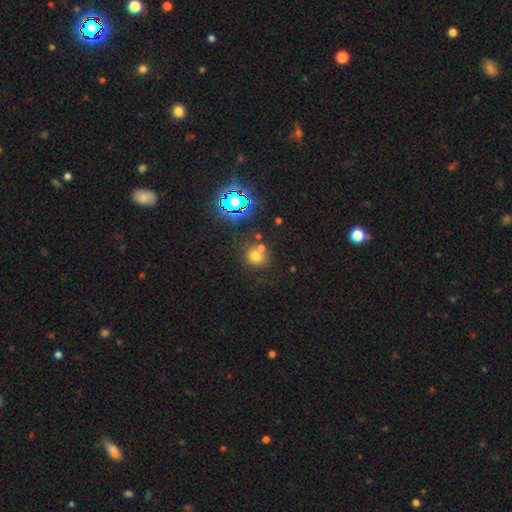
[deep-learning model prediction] Smooth or featured: smooth — 67% (star or artifact — 22%)
How rounded: round — 74% (in between — 25%)
Merging: none — 59% (merger — 25%)